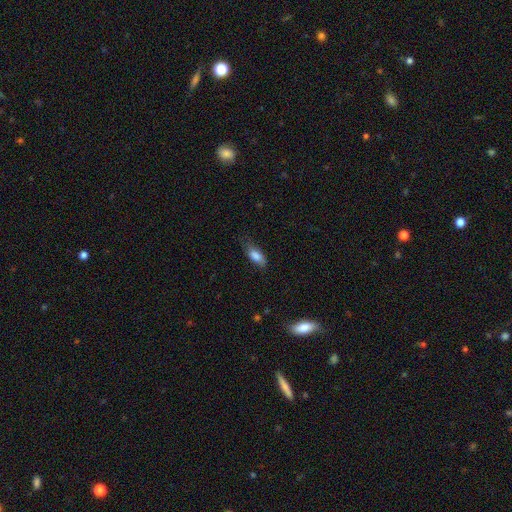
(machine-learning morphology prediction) A smooth galaxy with no disk features (82%) that is in between round and cigar-shaped (80%).

Vote fractions:
- Smooth or featured? smooth: 82% / featured or disk: 10% / star or artifact: 7%
- How rounded? in between: 80% / cigar-shaped: 17% / round: 3%
- Merging? none: 63% / minor disturbance: 27% / major disturbance: 8% / merger: 1%